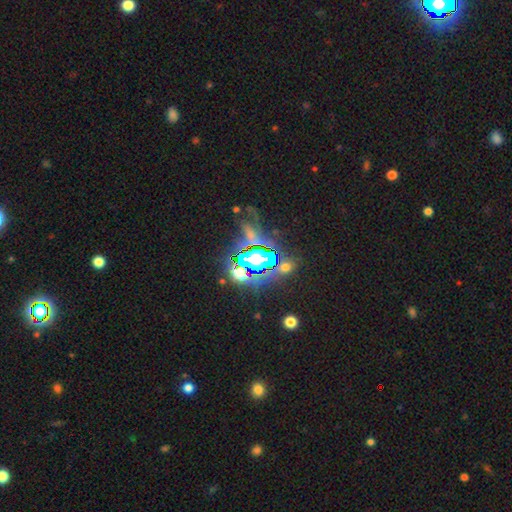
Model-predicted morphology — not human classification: Overall: star or artifact (81%).